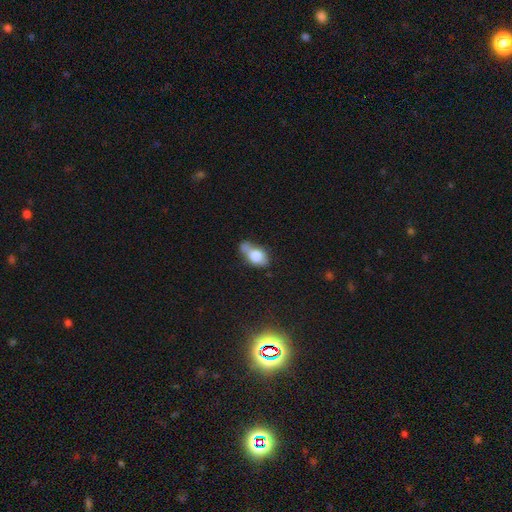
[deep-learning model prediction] The model was most divided on "merging": none: 34%, minor disturbance: 28%, merger: 24%, major disturbance: 14%. More confident: how rounded — in between (80%); smooth or featured — smooth (69%).